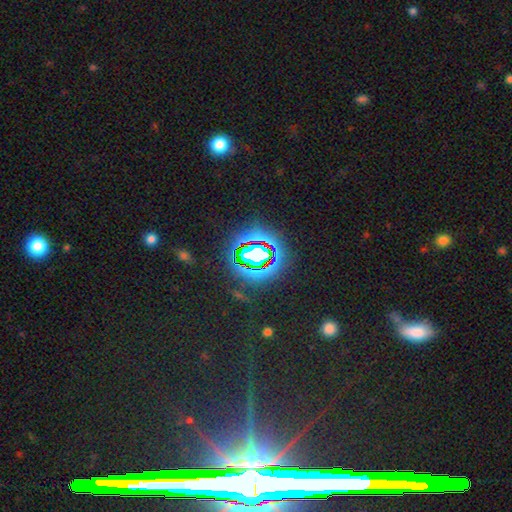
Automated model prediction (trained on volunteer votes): A star or artifact, not a galaxy (74%).

Vote fractions:
- Smooth or featured? star or artifact: 74% / smooth: 16% / featured or disk: 10%